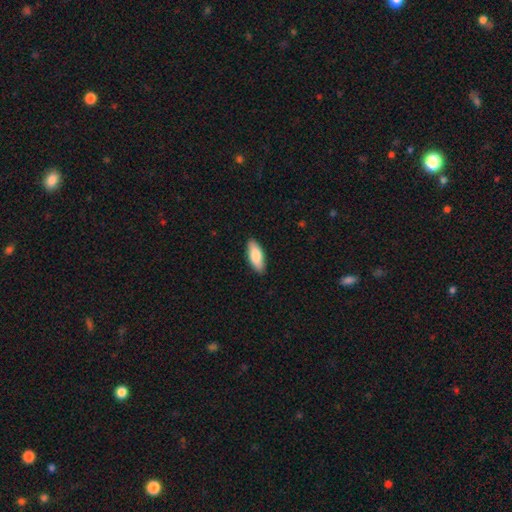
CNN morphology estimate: Smooth or featured? Predicted: smooth (p=0.84). How rounded? Predicted: in between (p=0.77). Merging? Predicted: none (p=0.89).